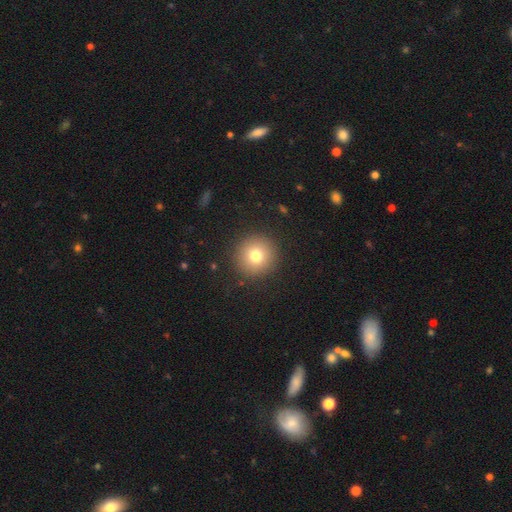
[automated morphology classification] Smooth or featured? smooth (75%)
How rounded? round (95%)
Merging? none (91%)